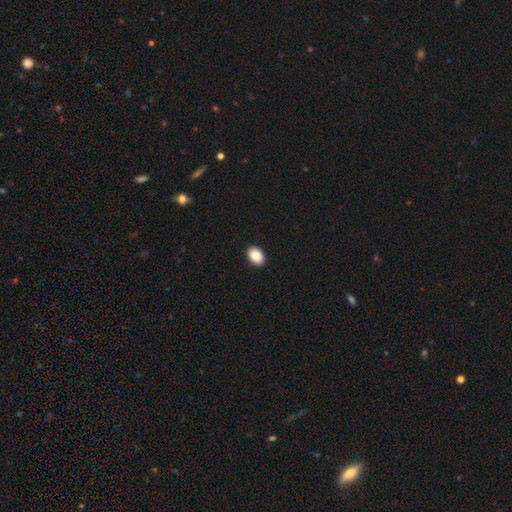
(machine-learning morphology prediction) type=smooth (89%); roundness=in between (81%); merging=none (91%).